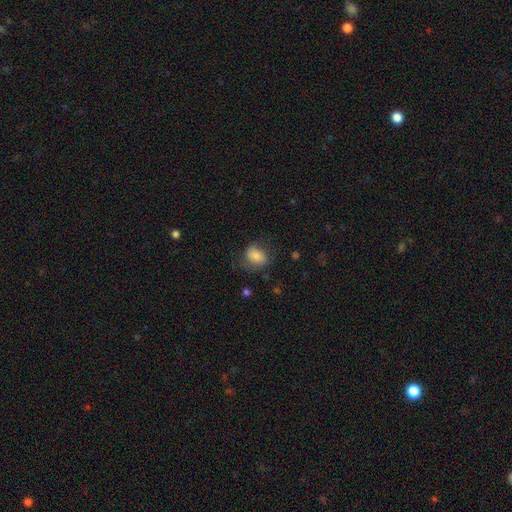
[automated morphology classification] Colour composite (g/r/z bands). It shows a smooth galaxy with no disk features (79%) that is in between round and cigar-shaped (64%). Merging: none (67%).